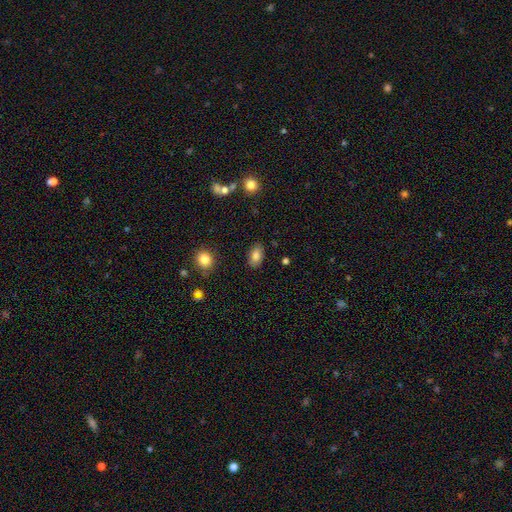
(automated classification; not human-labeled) This appears to be a smooth galaxy with no disk features (82%) that is in between round and cigar-shaped (91%). Merging: none (85%).